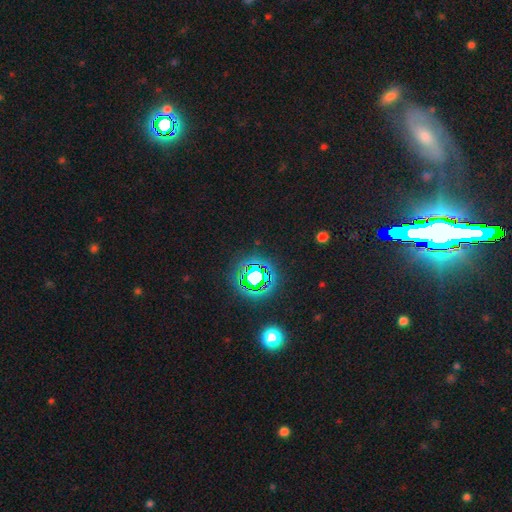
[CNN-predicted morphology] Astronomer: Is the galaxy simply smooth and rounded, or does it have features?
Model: star or artifact — 78%.